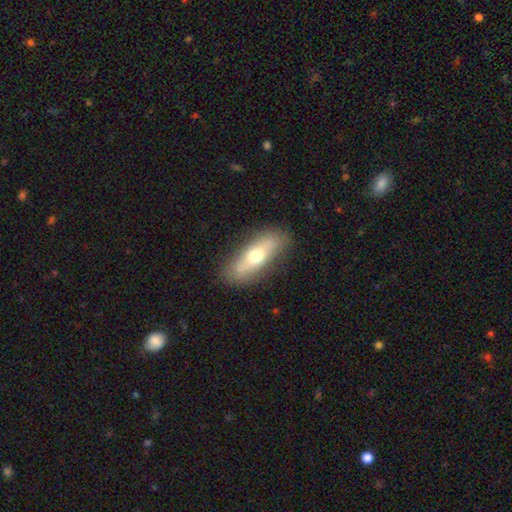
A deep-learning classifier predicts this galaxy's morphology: Smooth or featured? Predicted: smooth (p=0.56). How rounded? Predicted: in between (p=0.62). Merging? Predicted: none (p=0.83).